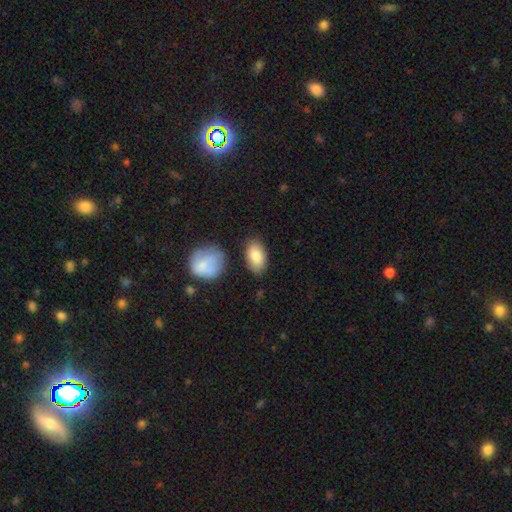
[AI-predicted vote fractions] A smooth galaxy with no disk features (85%) that is in between round and cigar-shaped (93%). Merging: none (76%).